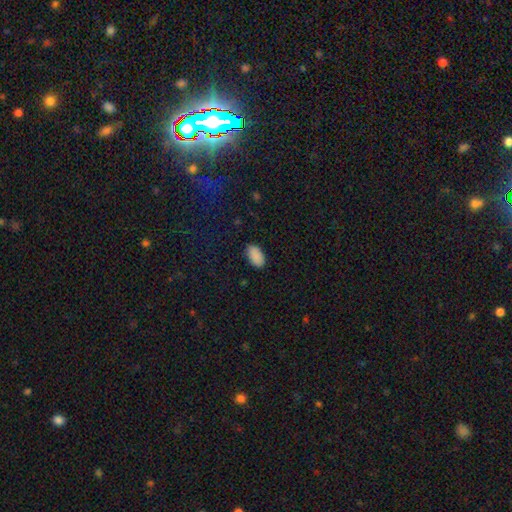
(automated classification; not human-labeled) Q: Smooth or featured?
A: smooth (89%); runner-up: star or artifact (8%)
Q: How rounded?
A: in between (95%); runner-up: round (4%)
Q: Merging?
A: none (87%); runner-up: minor disturbance (10%)